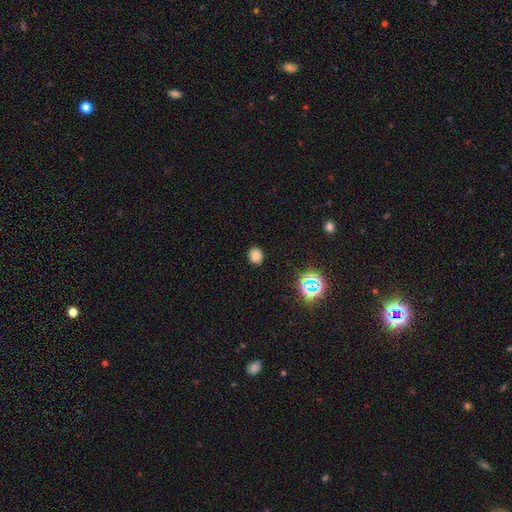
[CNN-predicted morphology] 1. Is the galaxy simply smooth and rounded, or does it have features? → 78% smooth, 17% star or artifact, 5% featured or disk.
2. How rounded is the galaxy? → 67% round, 32% in between, 1% cigar-shaped.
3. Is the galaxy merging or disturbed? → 88% none, 9% minor disturbance, 2% major disturbance, 1% merger.